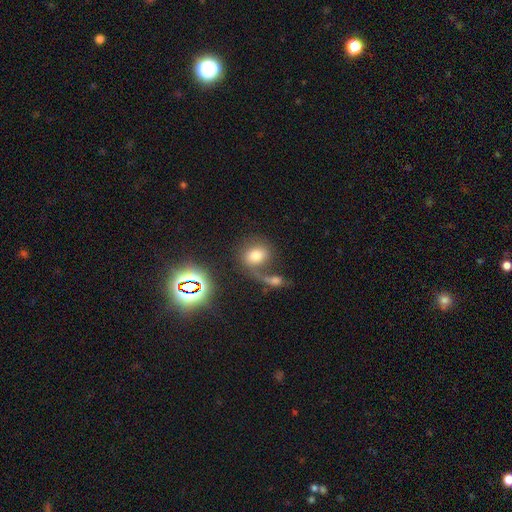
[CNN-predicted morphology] A smooth galaxy with no disk features (68%) that is round (59%).

Vote fractions:
- Smooth or featured? smooth: 68% / featured or disk: 17% / star or artifact: 16%
- How rounded? round: 59% / in between: 40% / cigar-shaped: 2%
- Merging? none: 41% / merger: 33% / major disturbance: 14% / minor disturbance: 12%